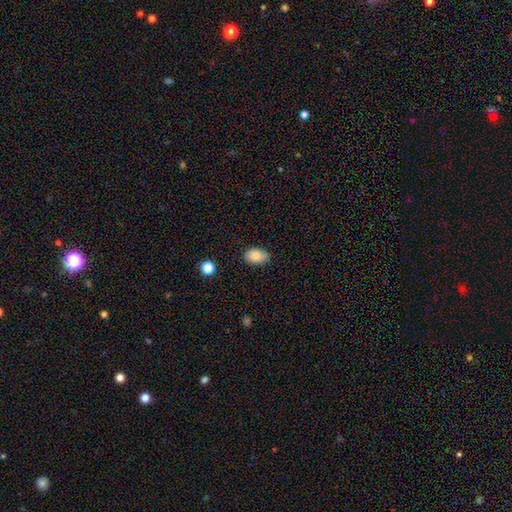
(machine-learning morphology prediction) Q: Smooth or featured?
A: smooth (84%); runner-up: star or artifact (8%)
Q: How rounded?
A: in between (88%); runner-up: round (10%)
Q: Merging?
A: none (84%); runner-up: minor disturbance (12%)